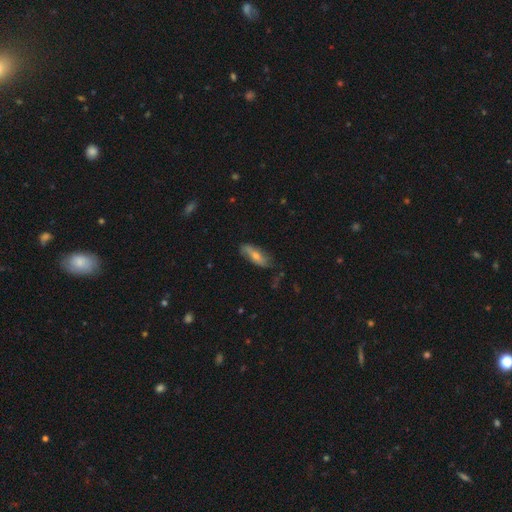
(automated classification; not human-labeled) This is possibly a smooth galaxy (46%, tied with featured or disk). Merging: likely none (75%).